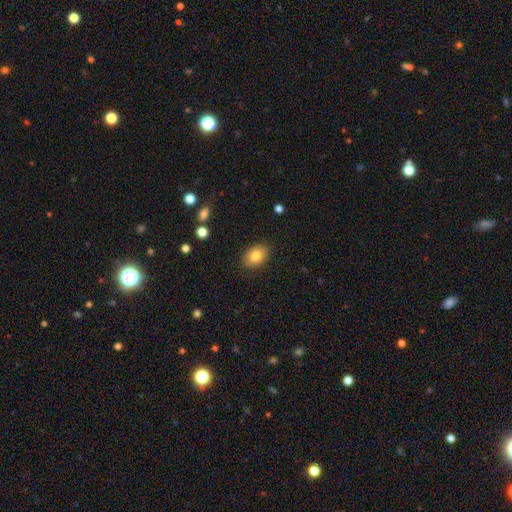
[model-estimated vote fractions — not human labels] Smooth or featured? smooth (83%)
How rounded? in between (77%)
Merging? none (86%)